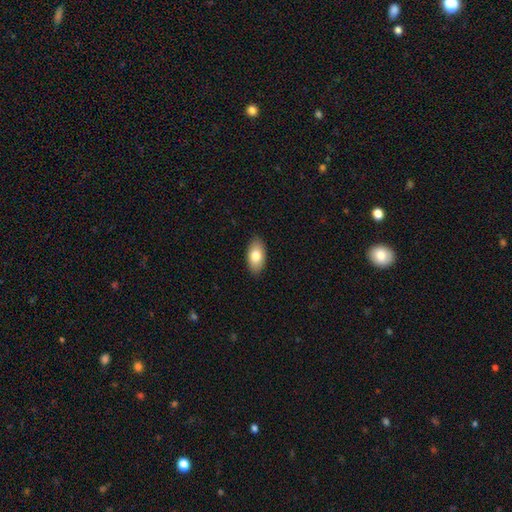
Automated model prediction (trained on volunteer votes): smooth_or_featured: smooth (p=0.79) [alt: featured or disk p=0.15]
how_rounded: in between (p=0.94) [alt: round p=0.04]
merging: none (p=0.89) [alt: minor disturbance p=0.09]